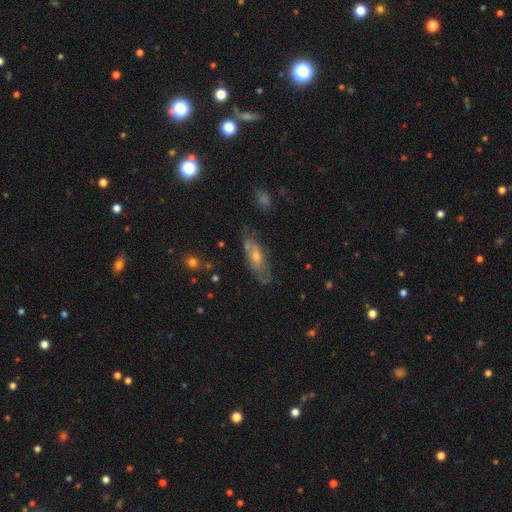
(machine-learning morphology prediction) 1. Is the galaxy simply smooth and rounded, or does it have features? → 55% featured or disk, 33% smooth, 12% star or artifact.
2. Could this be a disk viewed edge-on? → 71% no, 29% yes.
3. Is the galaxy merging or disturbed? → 67% none, 21% minor disturbance, 8% major disturbance, 4% merger.